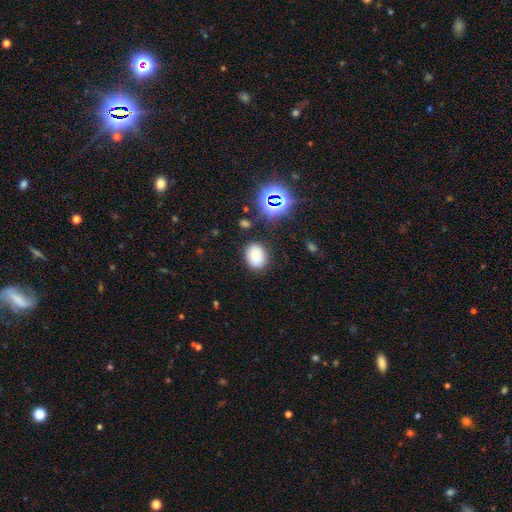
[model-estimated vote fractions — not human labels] smooth 78%, star or artifact 15%, featured or disk 7%. Down the decision tree: how rounded — in between (63%); merging — none (82%).